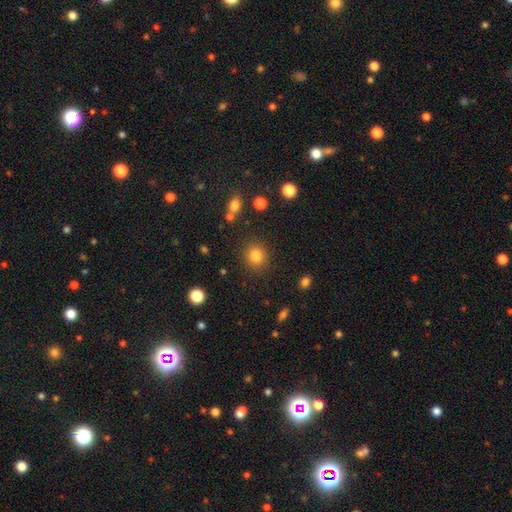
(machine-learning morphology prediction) The model was most divided on "smooth or featured": smooth: 83%, star or artifact: 12%, featured or disk: 5%. More confident: merging — none (87%); how rounded — round (86%).